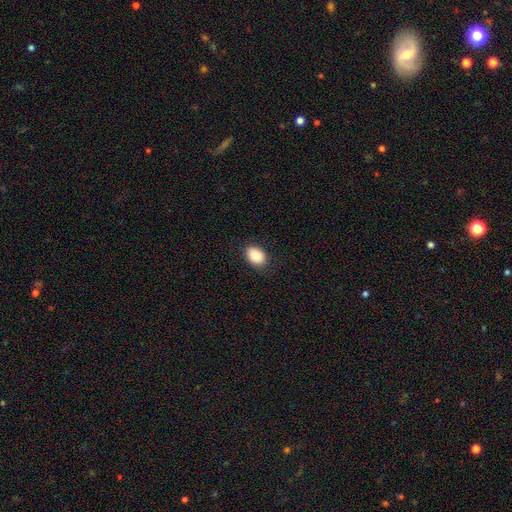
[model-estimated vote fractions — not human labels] A smooth galaxy with no disk features (89%) that is in between round and cigar-shaped (77%). Merging: none (86%).